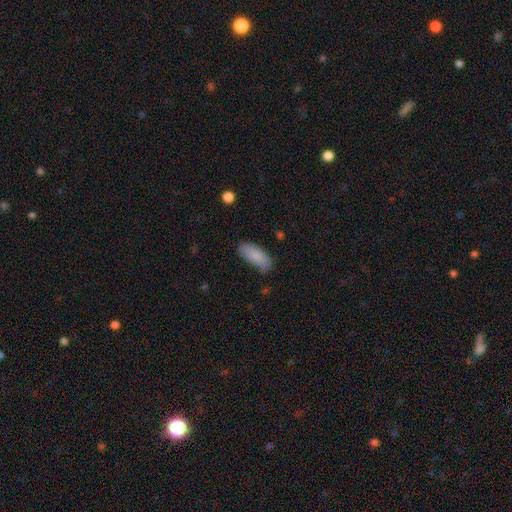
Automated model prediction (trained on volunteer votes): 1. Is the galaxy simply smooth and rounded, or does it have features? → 87% smooth, 7% featured or disk, 6% star or artifact.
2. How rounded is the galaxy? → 84% in between, 14% cigar-shaped, 2% round.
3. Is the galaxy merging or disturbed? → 73% none, 21% minor disturbance, 4% major disturbance, 2% merger.